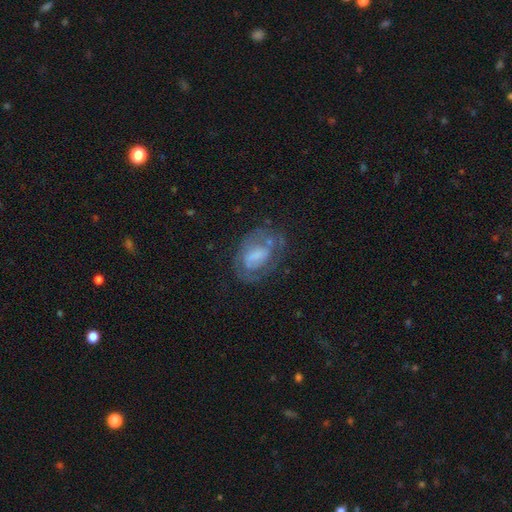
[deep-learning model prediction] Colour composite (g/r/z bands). It shows a featured or disk galaxy (58%) with no bar (44%), spiral arms (57%) and no central bulge (31%). Merging: none (51%).